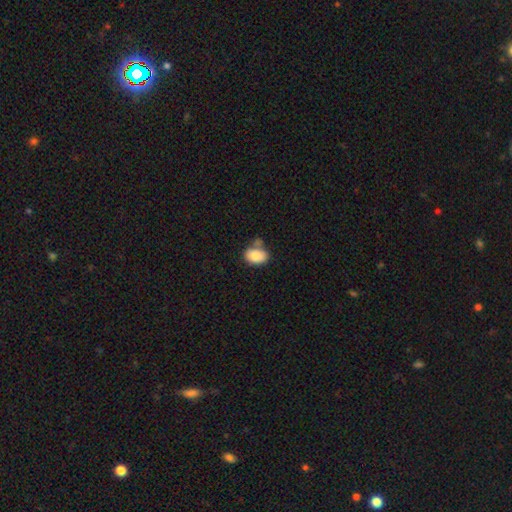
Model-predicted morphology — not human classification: Overall: smooth (85%). How rounded: in between (81%). Merging: none (53%; minor disturbance 21%).